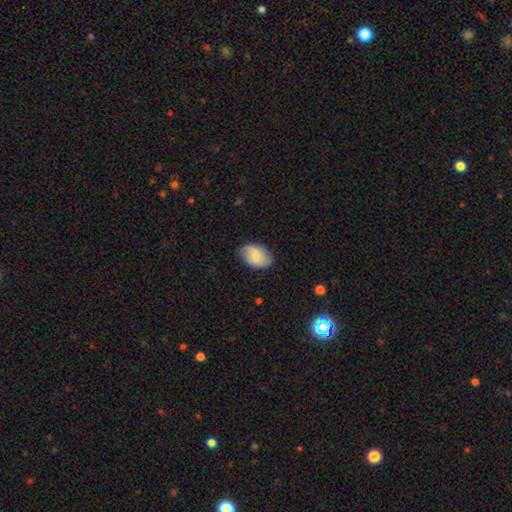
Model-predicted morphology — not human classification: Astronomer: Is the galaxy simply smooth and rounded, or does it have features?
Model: smooth — 64%.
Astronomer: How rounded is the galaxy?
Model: in between — 89%.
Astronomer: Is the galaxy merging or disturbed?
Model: none — 79%.